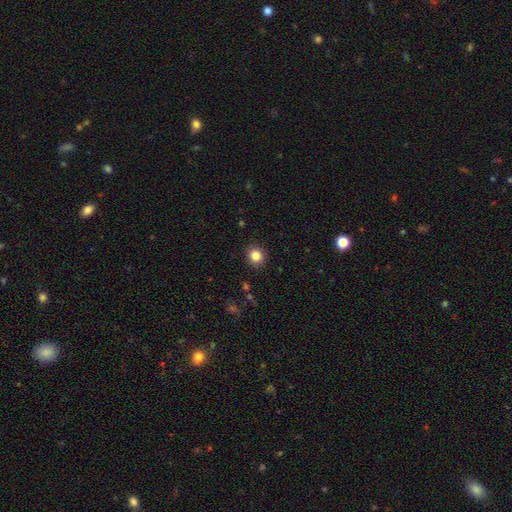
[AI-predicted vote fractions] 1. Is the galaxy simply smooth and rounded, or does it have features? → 84% smooth, 11% star or artifact, 5% featured or disk.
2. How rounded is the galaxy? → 83% round, 16% in between, 1% cigar-shaped.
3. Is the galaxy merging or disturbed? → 90% none, 7% minor disturbance, 2% major disturbance, 1% merger.